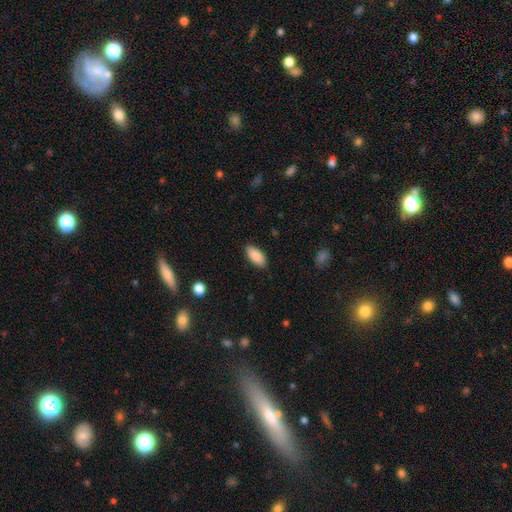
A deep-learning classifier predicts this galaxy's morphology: Q: Smooth or featured?
A: smooth (89%); runner-up: star or artifact (6%)
Q: How rounded?
A: in between (91%); runner-up: cigar-shaped (7%)
Q: Merging?
A: none (88%); runner-up: minor disturbance (9%)